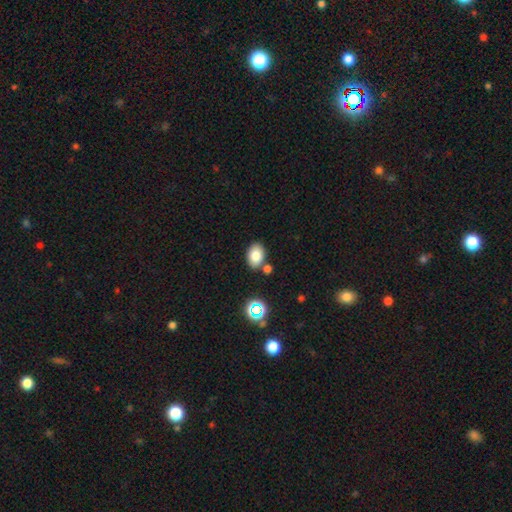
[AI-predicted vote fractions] This is likely a smooth galaxy (80%). How rounded: clearly in between (82%). Merging: likely none (75%).